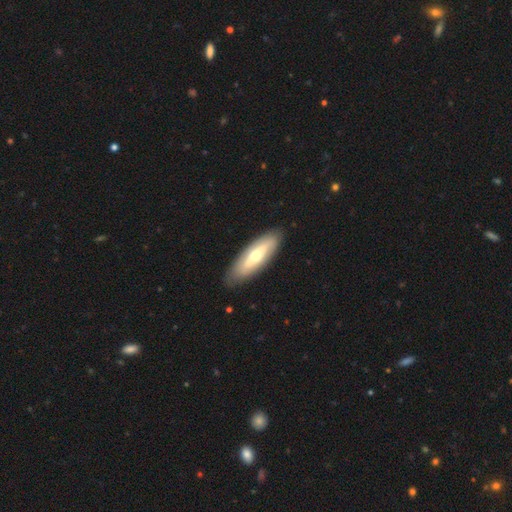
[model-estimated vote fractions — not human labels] This appears to be a featured or disk galaxy (51%). Merging: none (85%).